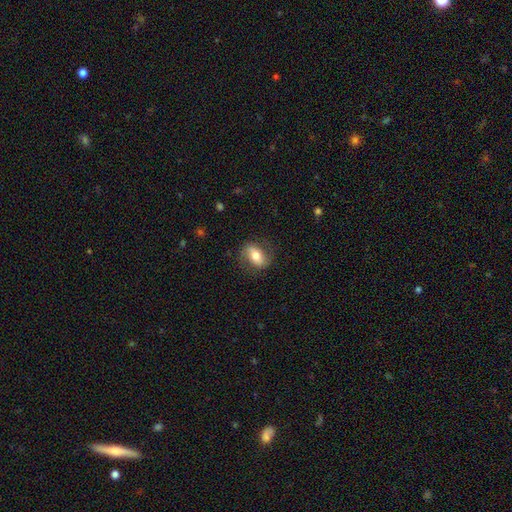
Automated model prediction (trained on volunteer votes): A smooth galaxy with no disk features (52%) that is in between round and cigar-shaped (80%).

Vote fractions:
- Smooth or featured? smooth: 52% / featured or disk: 41% / star or artifact: 7%
- How rounded? in between: 80% / round: 16% / cigar-shaped: 4%
- Merging? none: 75% / minor disturbance: 16% / major disturbance: 7% / merger: 1%